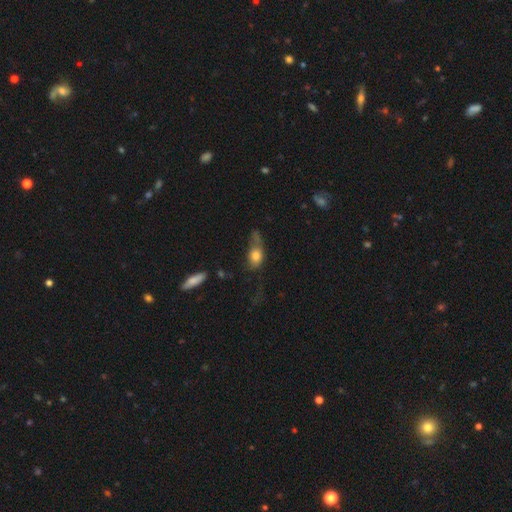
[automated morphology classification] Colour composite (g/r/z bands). It shows a smooth galaxy with no disk features (75%) that is in between round and cigar-shaped (69%). Merging: major disturbance (32%).